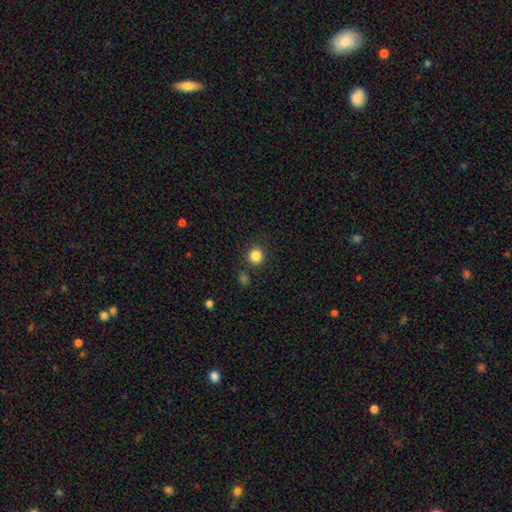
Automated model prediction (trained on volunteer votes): smooth_or_featured: smooth (p=0.84) [alt: star or artifact p=0.11]
how_rounded: round (p=0.92) [alt: in between p=0.07]
merging: none (p=0.88) [alt: minor disturbance p=0.06]